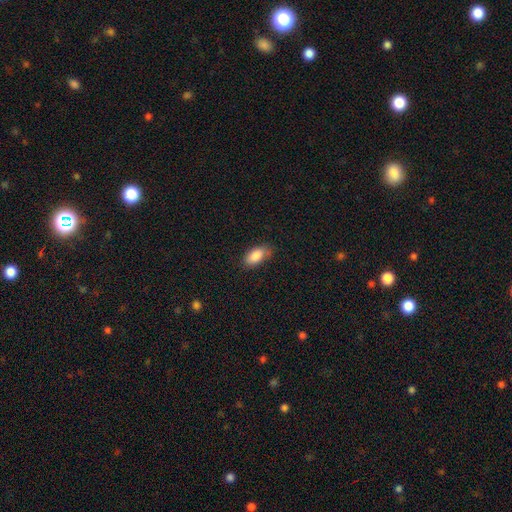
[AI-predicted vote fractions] This is clearly a smooth galaxy (87%). How rounded: clearly in between (91%). Merging: likely none (75%).